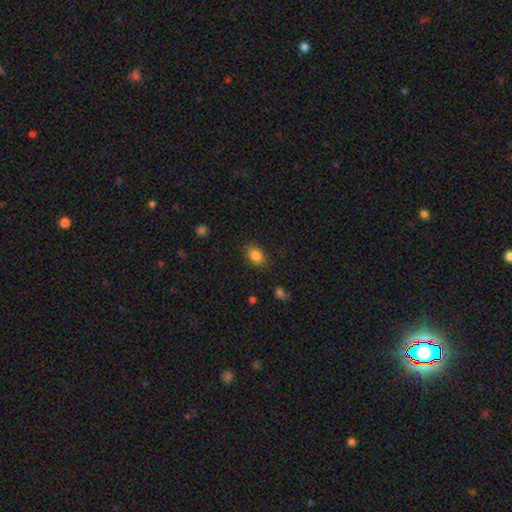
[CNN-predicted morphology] Smooth or featured?
  - smooth: 85% *
  - star or artifact: 10%
  - featured or disk: 5%
How rounded?
  - in between: 73% *
  - round: 26%
  - cigar-shaped: 1%
Merging?
  - none: 84% *
  - minor disturbance: 11%
  - major disturbance: 3%
  - merger: 1%